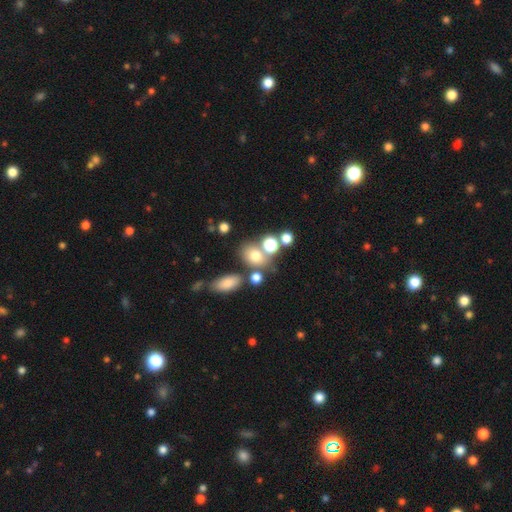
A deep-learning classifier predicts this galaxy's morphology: This appears to be a smooth galaxy with no disk features (69%) that is round (51%). Merging: none (50%).